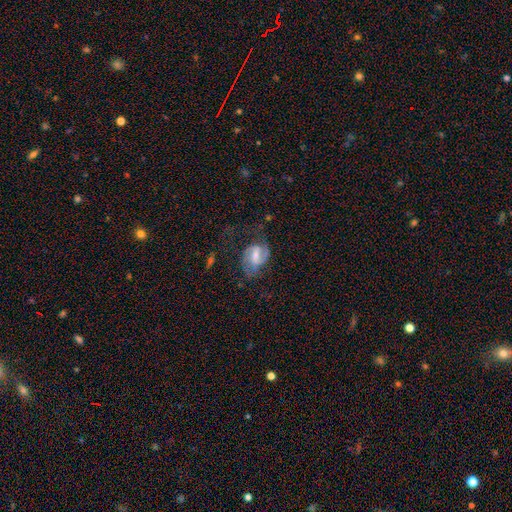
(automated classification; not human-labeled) The model was most divided on "bulge size": moderate: 45%, small: 34%, none: 12%, large: 8%, dominant: 1%. Remaining: edge-on disk — no (97%); spiral arms — yes (93%); spiral arm count — 2 (83%); smooth or featured — featured or disk (77%); bar — weak (55%); merging — none (53%); spiral winding — medium (49%).